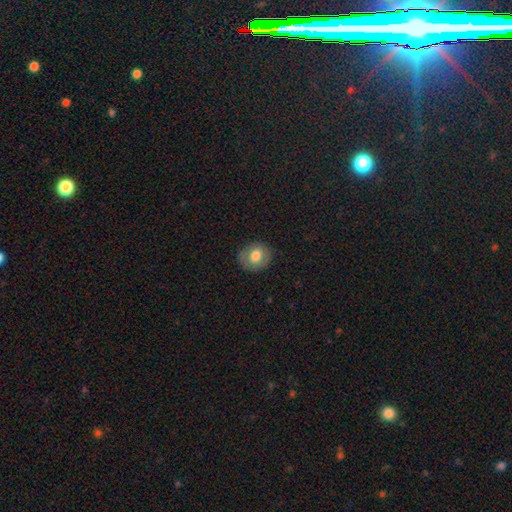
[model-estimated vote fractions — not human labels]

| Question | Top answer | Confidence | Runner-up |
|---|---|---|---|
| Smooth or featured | smooth | 73% | featured or disk (19%) |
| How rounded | round | 71% | in between (29%) |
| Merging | none | 83% | minor disturbance (13%) |